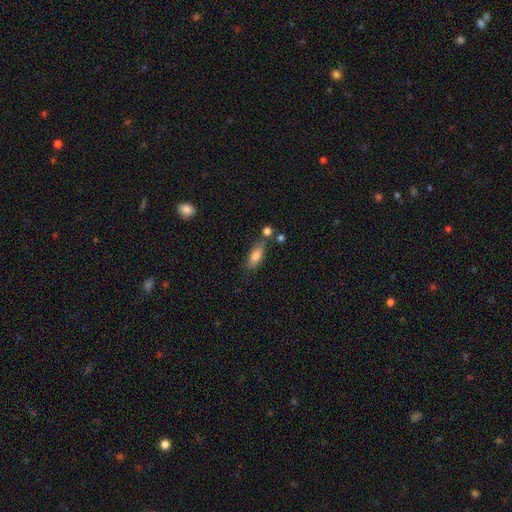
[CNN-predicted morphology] smooth_or_featured: smooth (p=0.79) [alt: featured or disk p=0.13]
how_rounded: in between (p=0.76) [alt: cigar-shaped p=0.20]
merging: none (p=0.68) [alt: minor disturbance p=0.16]